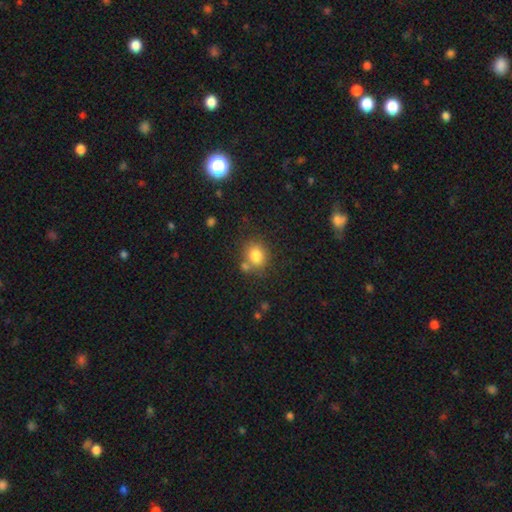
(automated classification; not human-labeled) A smooth galaxy with no disk features (82%) that is round (63%).

Vote fractions:
- Smooth or featured? smooth: 82% / star or artifact: 10% / featured or disk: 8%
- How rounded? round: 63% / in between: 36% / cigar-shaped: 1%
- Merging? none: 63% / merger: 19% / minor disturbance: 14% / major disturbance: 5%